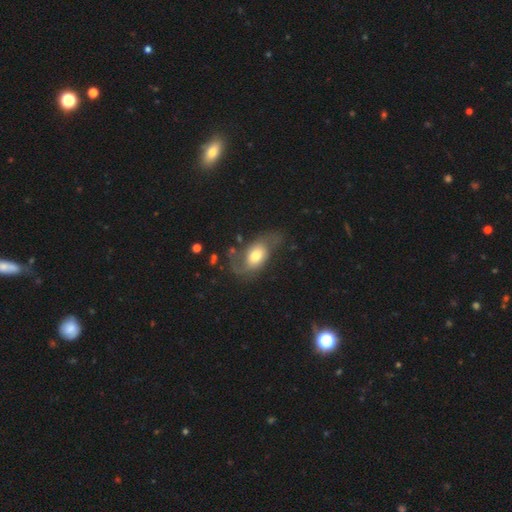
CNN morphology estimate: smooth_or_featured: featured or disk (p=0.51) [alt: smooth p=0.41]
disk_edge_on: no (p=0.93) [alt: yes p=0.07]
merging: none (p=0.48) [alt: minor disturbance p=0.24]